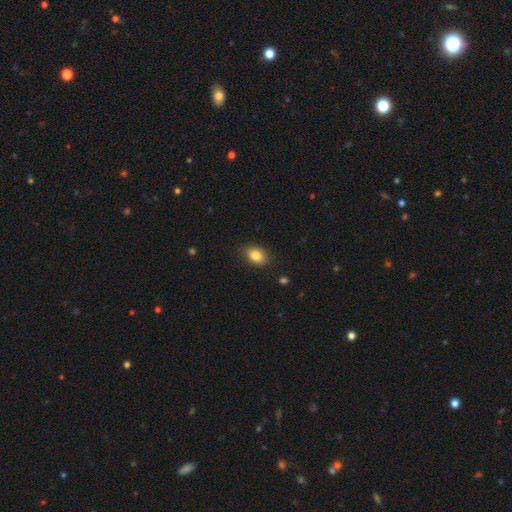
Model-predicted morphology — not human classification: Smooth or featured? Predicted: smooth (p=0.84). How rounded? Predicted: in between (p=0.80). Merging? Predicted: none (p=0.87).